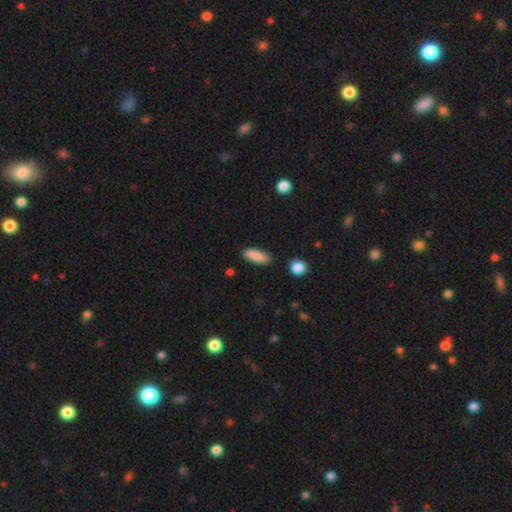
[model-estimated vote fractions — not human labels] Smooth or featured? Predicted: smooth (p=0.87). How rounded? Predicted: in between (p=0.61). Merging? Predicted: none (p=0.82).